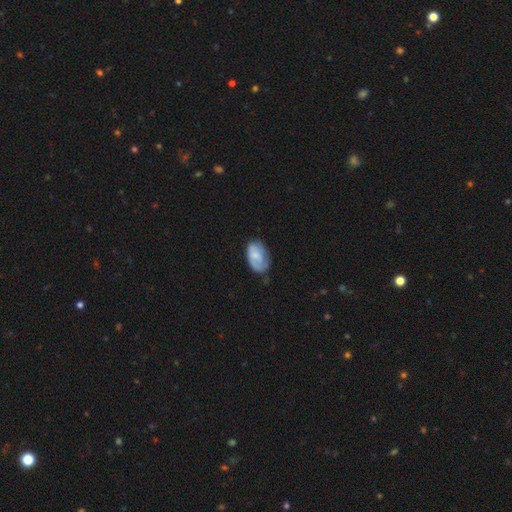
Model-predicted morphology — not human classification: Smooth or featured? smooth (57%)
How rounded? in between (90%)
Merging? none (53%)